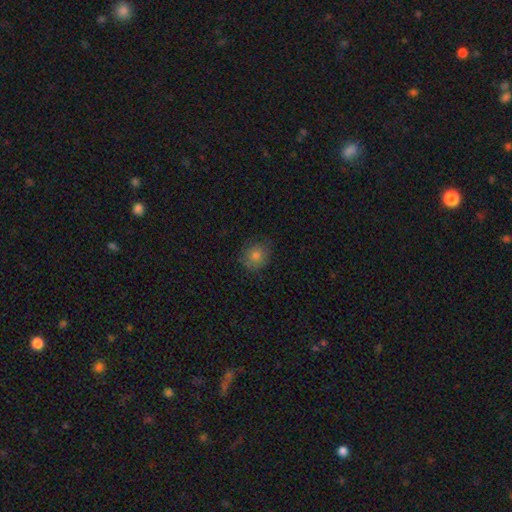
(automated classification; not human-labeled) Smooth or featured? Predicted: smooth (p=0.76). How rounded? Predicted: round (p=0.74). Merging? Predicted: none (p=0.79).